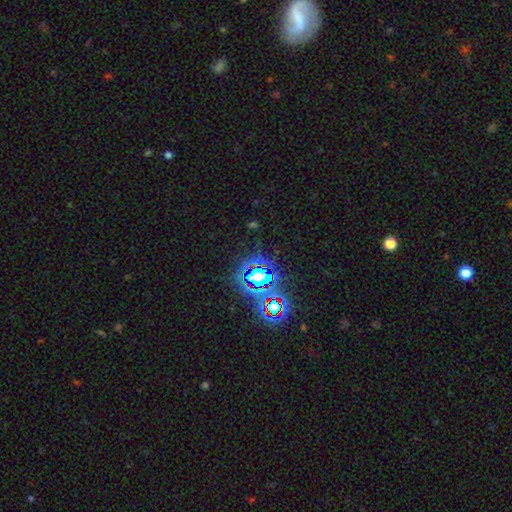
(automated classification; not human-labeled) Morphology: type=star or artifact (78%).